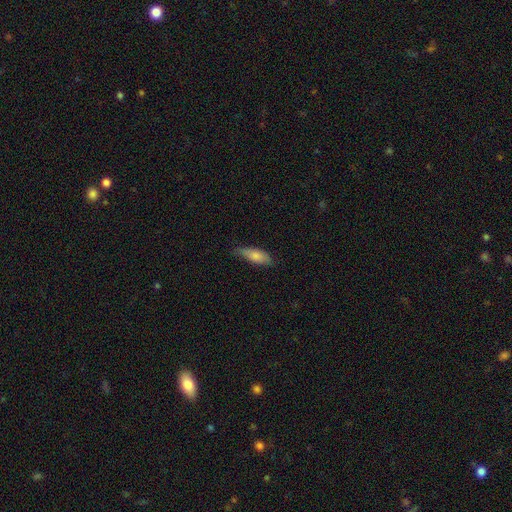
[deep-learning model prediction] Q: Smooth or featured?
A: smooth (78%); runner-up: featured or disk (16%)
Q: How rounded?
A: in between (68%); runner-up: cigar-shaped (30%)
Q: Merging?
A: none (64%); runner-up: minor disturbance (30%)